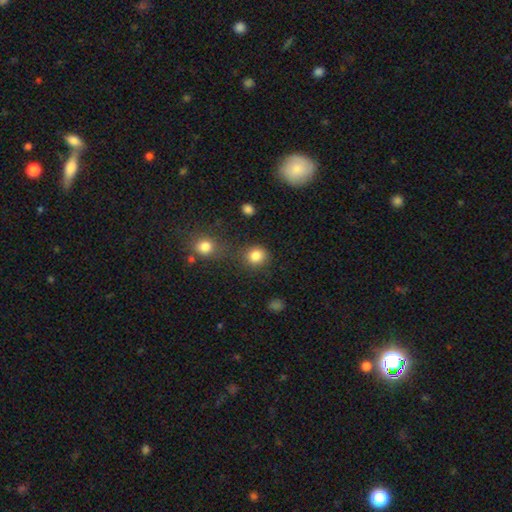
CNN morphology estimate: smooth 84%, star or artifact 11%, featured or disk 5%. Down the decision tree: how rounded — round (86%); merging — none (73%).